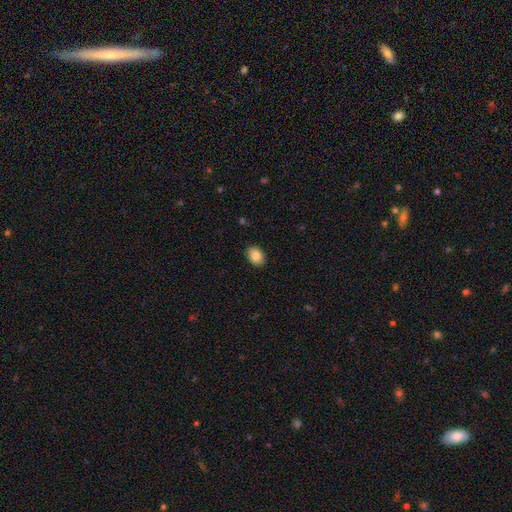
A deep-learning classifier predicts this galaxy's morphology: smooth-or-featured: smooth: 84% | featured or disk: 8% | star or artifact: 8%
  how-rounded: in between: 74% | round: 25% | cigar-shaped: 1%
  merging: none: 90% | minor disturbance: 8% | major disturbance: 2% | merger: 1%